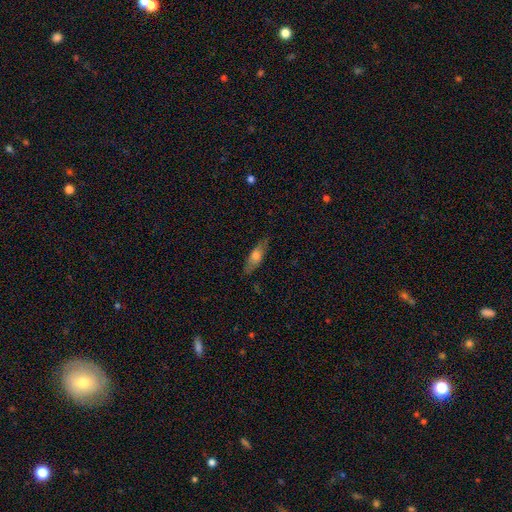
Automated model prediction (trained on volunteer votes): smooth-or-featured: smooth: 61% | featured or disk: 32% | star or artifact: 7%
  how-rounded: in between: 56% | cigar-shaped: 41% | round: 3%
  merging: none: 76% | minor disturbance: 18% | major disturbance: 4% | merger: 1%